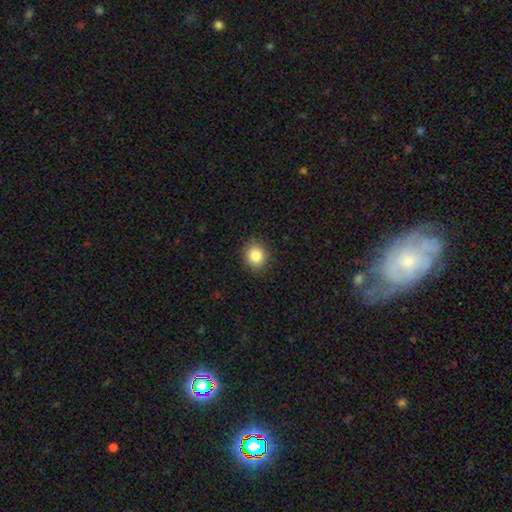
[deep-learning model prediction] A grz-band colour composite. It shows a smooth galaxy with no disk features (85%) that is round (80%). Merging: none (89%).